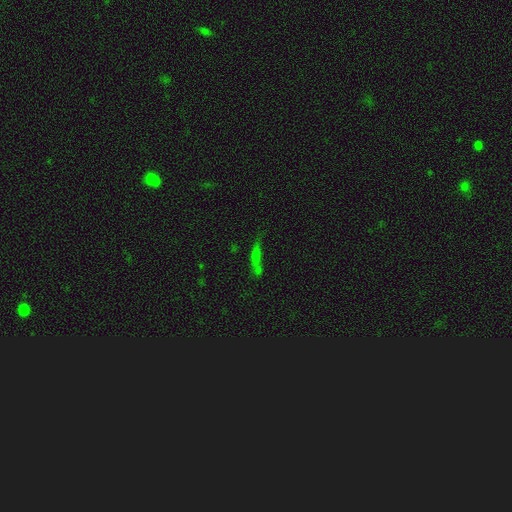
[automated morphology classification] Smooth or featured?
  - smooth: 53% *
  - star or artifact: 24%
  - featured or disk: 23%
How rounded?
  - cigar-shaped: 74% *
  - in between: 21%
  - round: 5%
Merging?
  - none: 53% *
  - merger: 19%
  - minor disturbance: 18%
  - major disturbance: 10%